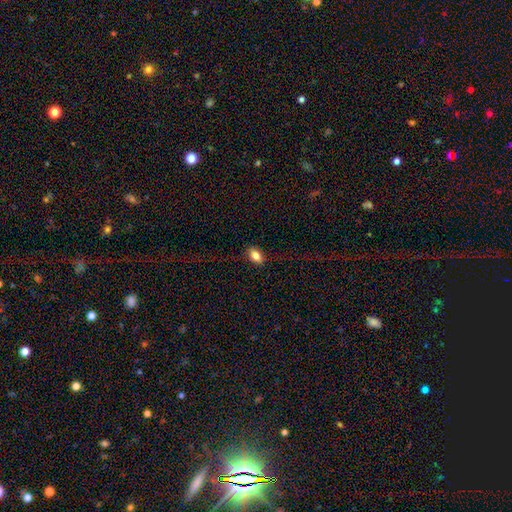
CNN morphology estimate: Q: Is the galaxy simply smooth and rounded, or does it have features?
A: smooth — 81%.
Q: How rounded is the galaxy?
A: in between — 85%.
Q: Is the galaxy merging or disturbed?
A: none — 85%.